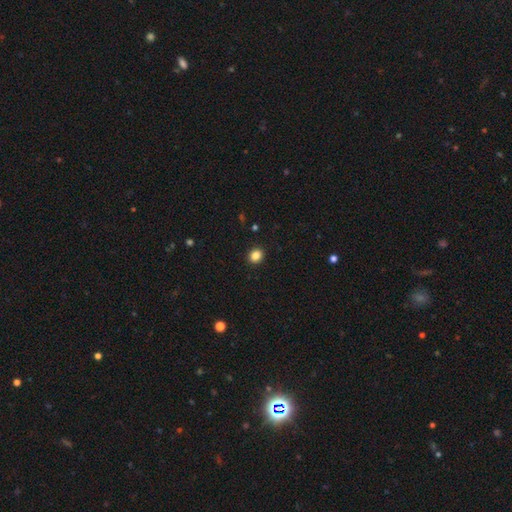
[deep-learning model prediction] The model was most divided on "how rounded": round: 74%, in between: 25%, cigar-shaped: 1%. More confident: merging — none (92%); smooth or featured — smooth (85%).